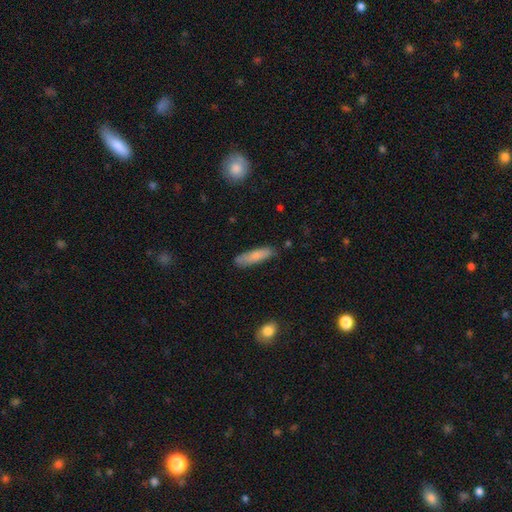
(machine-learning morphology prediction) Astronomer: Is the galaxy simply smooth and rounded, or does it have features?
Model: smooth — 77%.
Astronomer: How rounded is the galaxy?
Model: cigar-shaped — 71%.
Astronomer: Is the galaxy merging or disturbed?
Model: none — 80%.